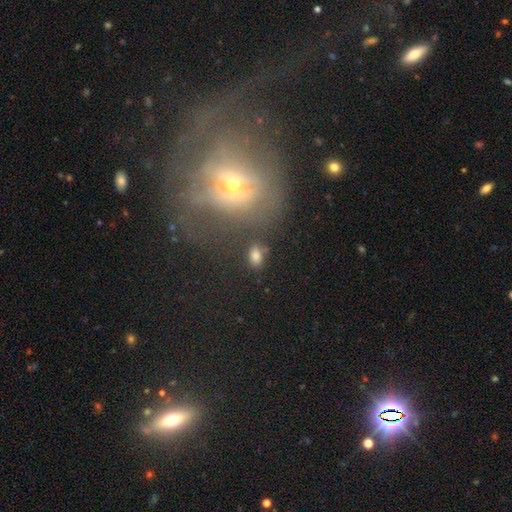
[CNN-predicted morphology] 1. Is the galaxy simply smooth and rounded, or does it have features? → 79% smooth, 13% star or artifact, 8% featured or disk.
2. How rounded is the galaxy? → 87% in between, 11% round, 3% cigar-shaped.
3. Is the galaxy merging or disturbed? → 73% none, 14% minor disturbance, 8% merger, 6% major disturbance.